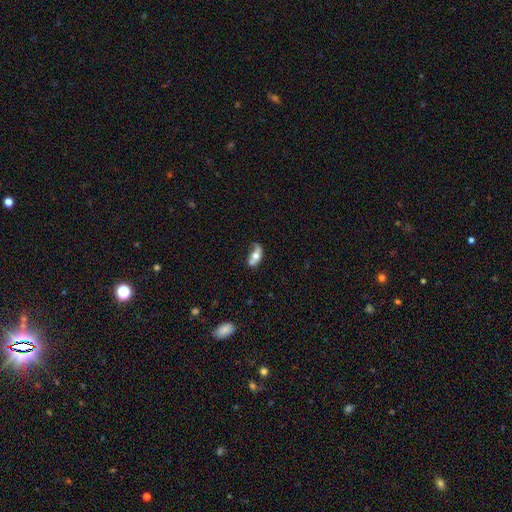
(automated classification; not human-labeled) Smooth or featured? smooth (54%)
How rounded? in between (81%)
Merging? none (32%)